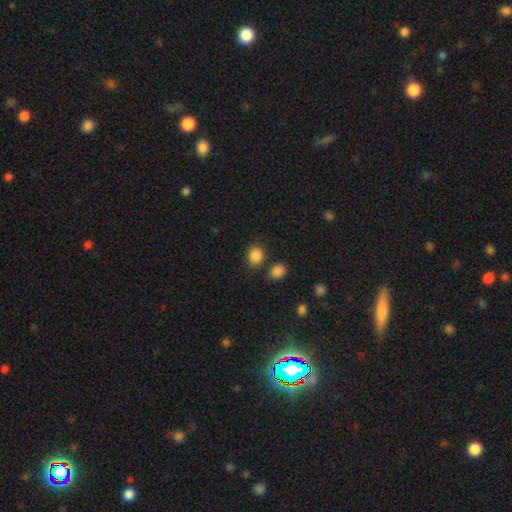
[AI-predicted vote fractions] This appears to be a smooth galaxy with no disk features (87%) that is round (64%). Merging: none (76%).